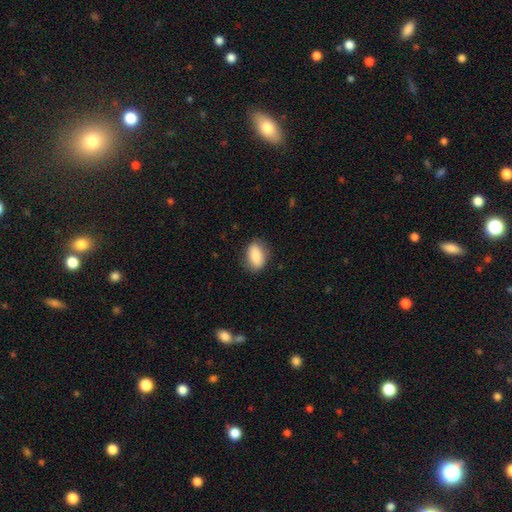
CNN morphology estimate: Overall: smooth (86%). How rounded: in between (88%). Merging: none (79%).